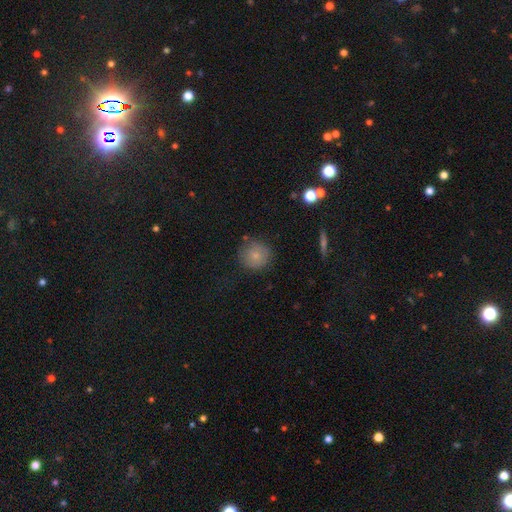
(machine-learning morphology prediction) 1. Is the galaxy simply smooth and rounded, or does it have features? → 78% smooth, 14% featured or disk, 9% star or artifact.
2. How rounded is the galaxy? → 94% round, 6% in between, 1% cigar-shaped.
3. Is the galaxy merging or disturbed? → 80% none, 14% minor disturbance, 4% major disturbance, 2% merger.